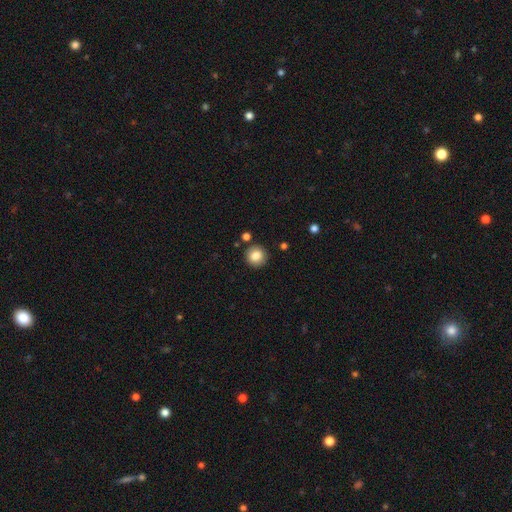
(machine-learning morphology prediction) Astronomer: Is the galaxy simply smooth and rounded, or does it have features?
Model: smooth — 85%.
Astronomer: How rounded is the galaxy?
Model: round — 94%.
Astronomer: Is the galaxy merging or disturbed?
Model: none — 88%.